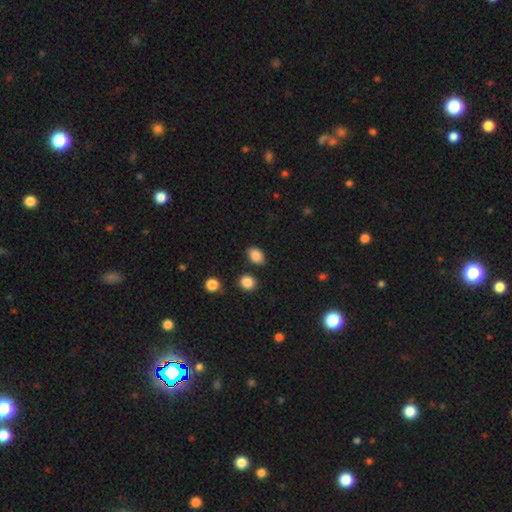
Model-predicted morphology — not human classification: A smooth galaxy with no disk features (86%) that is in between round and cigar-shaped (76%). Merging: none (82%).